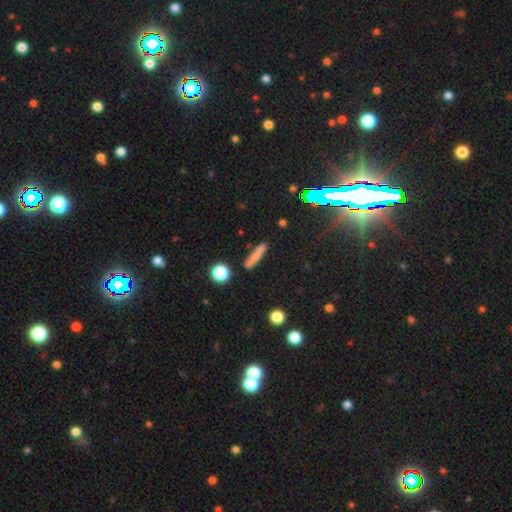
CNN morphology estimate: Overall: smooth (74%). How rounded: cigar-shaped (86%). Merging: none (81%).